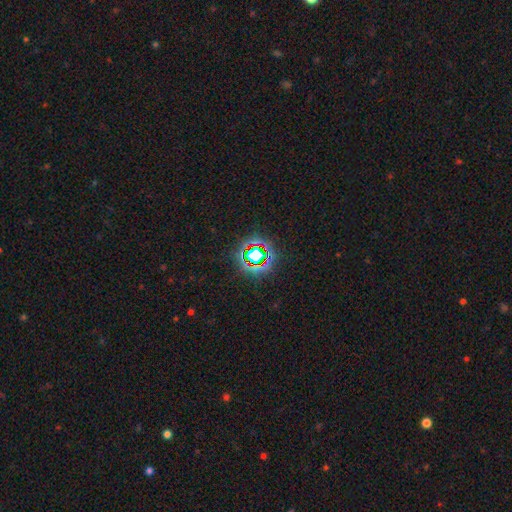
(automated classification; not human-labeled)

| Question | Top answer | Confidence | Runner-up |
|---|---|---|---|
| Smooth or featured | star or artifact | 70% | smooth (19%) |